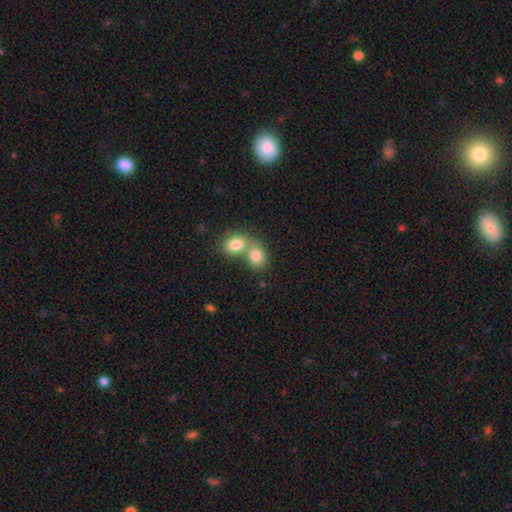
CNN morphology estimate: Smooth or featured? smooth (81%)
How rounded? in between (58%)
Merging? merger (67%)